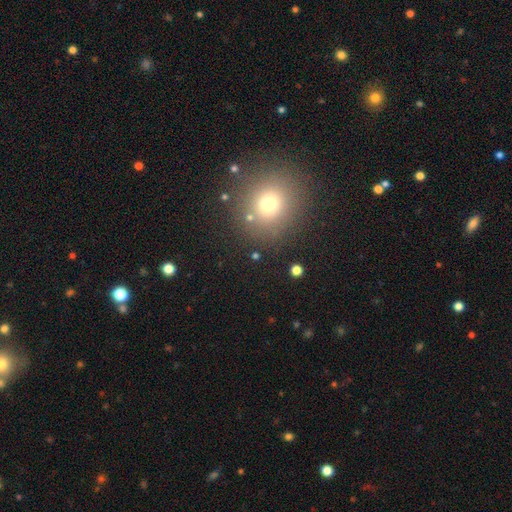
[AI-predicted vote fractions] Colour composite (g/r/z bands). It shows a smooth galaxy with no disk features (62%) that is round (85%). Merging: none (83%).